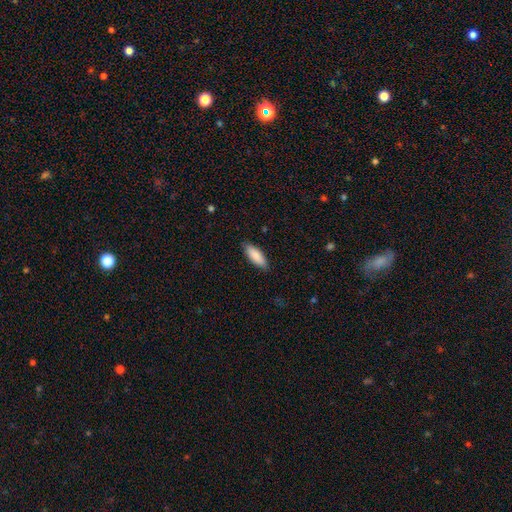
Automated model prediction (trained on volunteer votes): This is clearly a smooth galaxy (88%). How rounded: likely in between (66%). Merging: clearly none (88%).